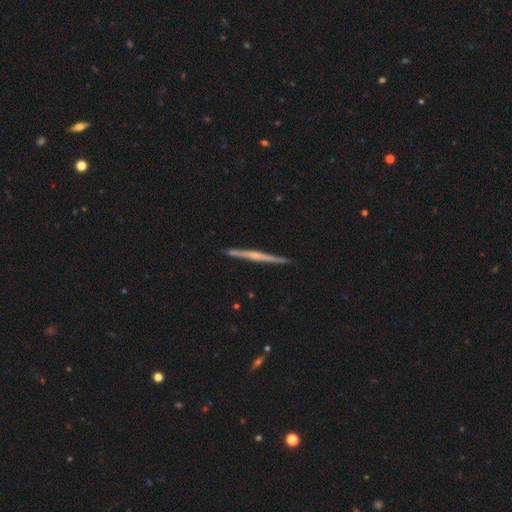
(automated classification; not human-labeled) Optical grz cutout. It shows a featured or disk galaxy (72%) viewed edge-on (98%) with a rounded central bulge (46%). Merging: none (91%).